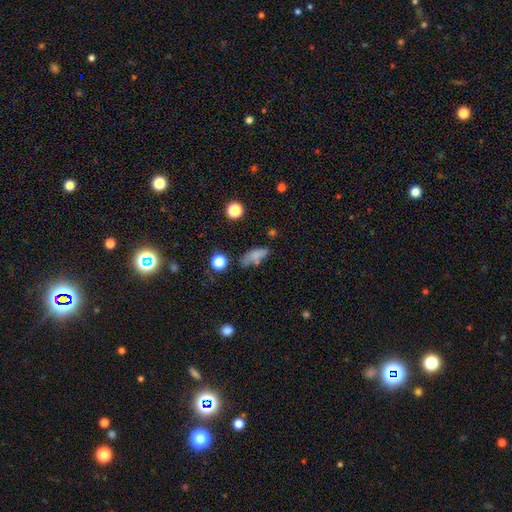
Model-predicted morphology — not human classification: The model was most divided on "how rounded": in between: 65%, cigar-shaped: 29%, round: 6%. More confident: smooth or featured — smooth (75%); merging — none (60%).